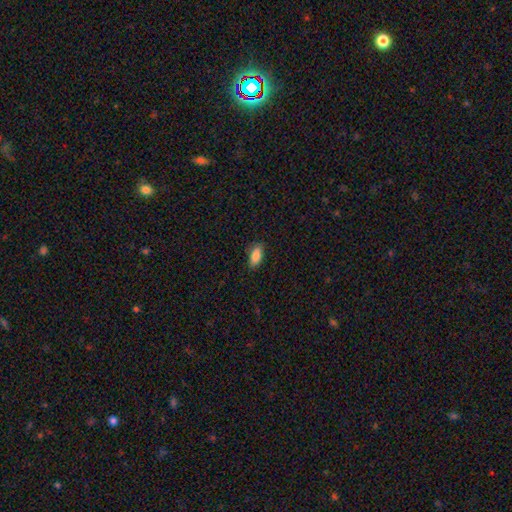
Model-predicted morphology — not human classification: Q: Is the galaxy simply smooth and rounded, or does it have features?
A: smooth — 86%.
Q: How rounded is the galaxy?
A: in between — 88%.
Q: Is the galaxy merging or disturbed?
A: none — 85%.